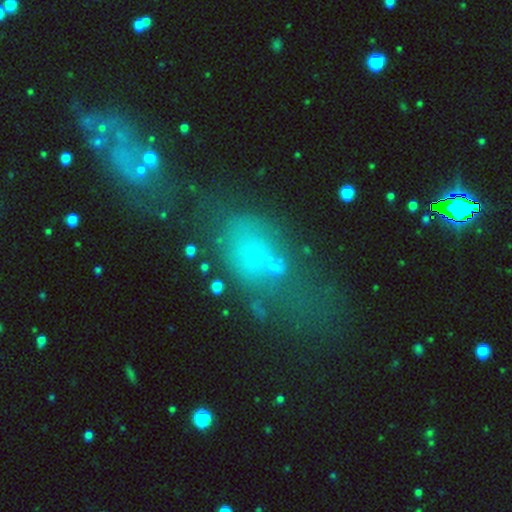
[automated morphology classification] This appears to be a smooth galaxy with no disk features (50%). Merging: none (30%).